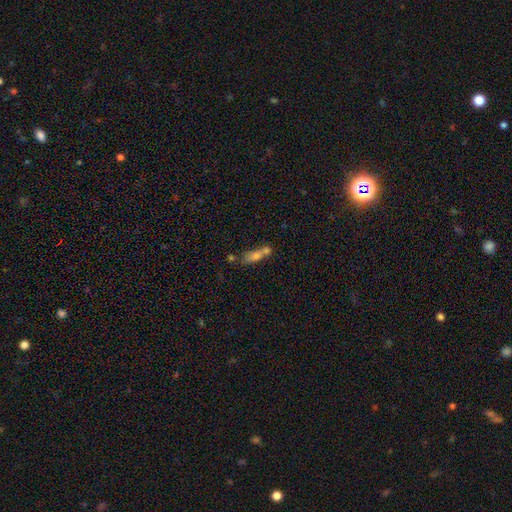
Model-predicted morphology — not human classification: A smooth galaxy with no disk features (67%) that is in between round and cigar-shaped (56%).

Vote fractions:
- Smooth or featured? smooth: 67% / featured or disk: 21% / star or artifact: 12%
- How rounded? in between: 56% / cigar-shaped: 36% / round: 8%
- Merging? merger: 54% / none: 28% / minor disturbance: 11% / major disturbance: 7%